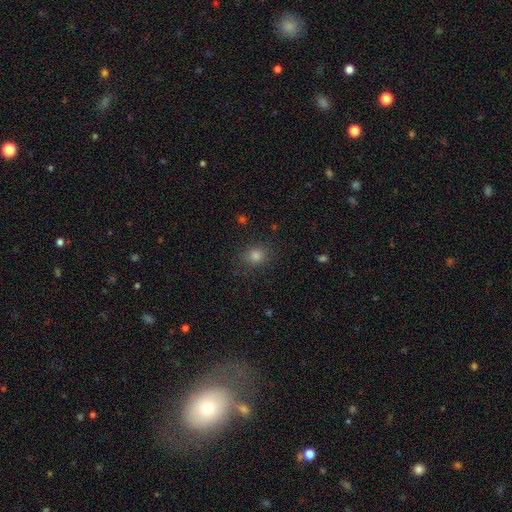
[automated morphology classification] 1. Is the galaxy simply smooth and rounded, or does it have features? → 78% smooth, 16% star or artifact, 6% featured or disk.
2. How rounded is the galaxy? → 65% round, 34% in between, 1% cigar-shaped.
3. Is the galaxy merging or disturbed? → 85% none, 10% minor disturbance, 3% major disturbance, 1% merger.